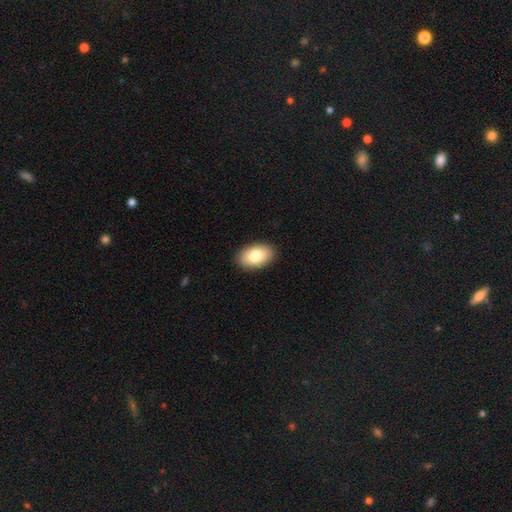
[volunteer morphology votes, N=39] A smooth galaxy with no disk features (90%) that is in between round and cigar-shaped (97%). Merging: none (97%).